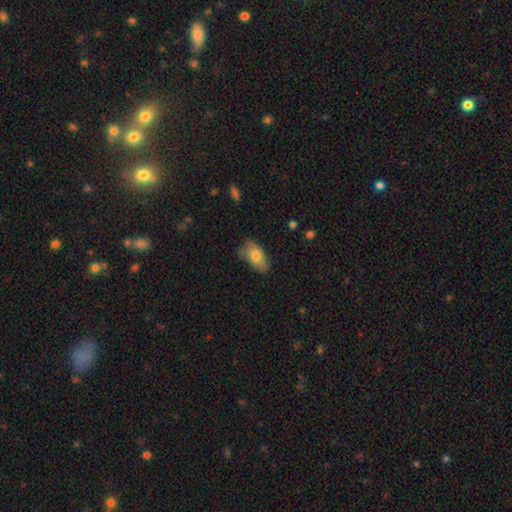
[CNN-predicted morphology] Smooth or featured? Predicted: smooth (p=0.75). How rounded? Predicted: in between (p=0.92). Merging? Predicted: none (p=0.63).